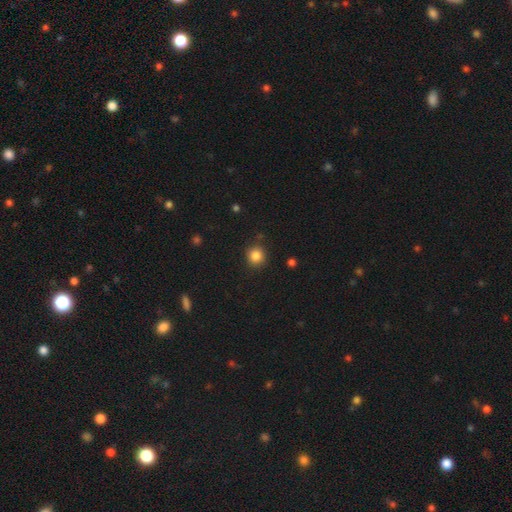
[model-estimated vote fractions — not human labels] Q: Smooth or featured?
A: smooth (84%); runner-up: star or artifact (11%)
Q: How rounded?
A: round (89%); runner-up: in between (10%)
Q: Merging?
A: none (87%); runner-up: minor disturbance (9%)